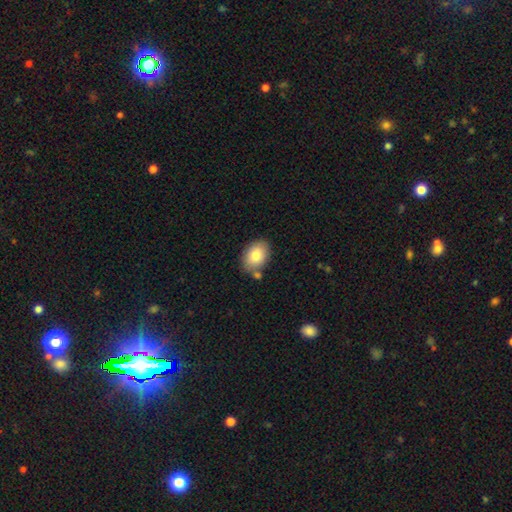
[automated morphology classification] This appears to be a smooth galaxy with no disk features (81%) that is in between round and cigar-shaped (81%). Merging: none (74%).